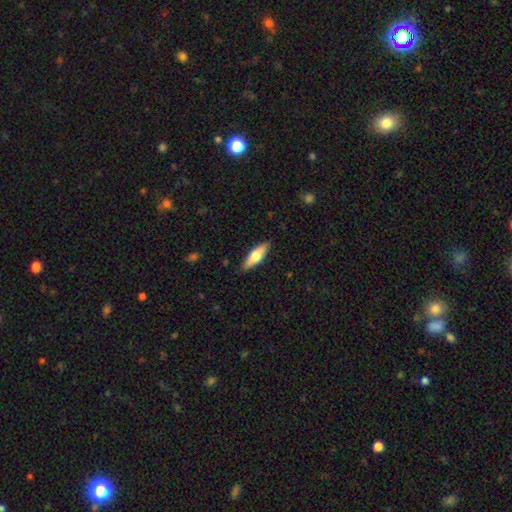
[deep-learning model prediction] Q: Smooth or featured?
A: smooth (58%); runner-up: featured or disk (36%)
Q: How rounded?
A: in between (54%); runner-up: cigar-shaped (44%)
Q: Merging?
A: none (88%); runner-up: minor disturbance (10%)